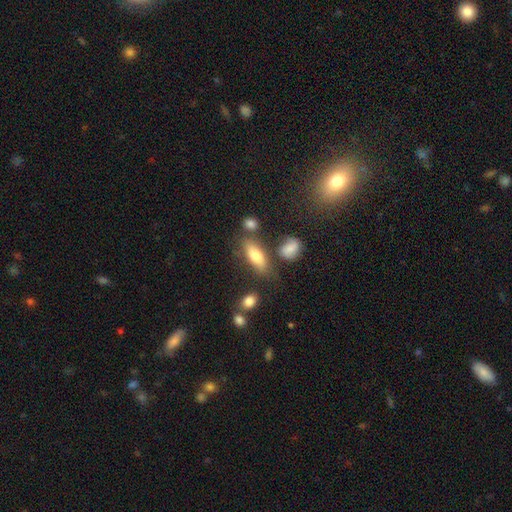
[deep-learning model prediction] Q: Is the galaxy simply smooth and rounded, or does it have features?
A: smooth — 75%.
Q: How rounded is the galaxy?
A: in between — 72%.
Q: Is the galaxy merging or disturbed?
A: none — 67%.